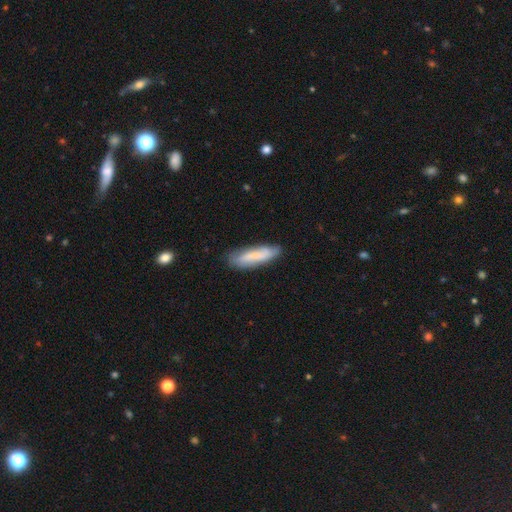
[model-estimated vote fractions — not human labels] Smooth or featured?
  - smooth: 69% *
  - featured or disk: 25%
  - star or artifact: 7%
How rounded?
  - cigar-shaped: 66% *
  - in between: 32%
  - round: 2%
Merging?
  - none: 77% *
  - minor disturbance: 18%
  - major disturbance: 4%
  - merger: 2%